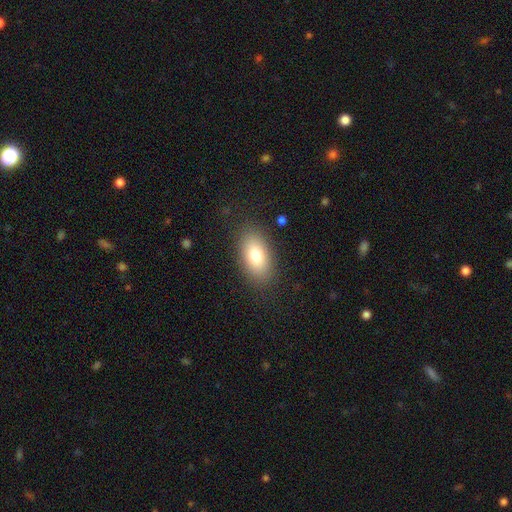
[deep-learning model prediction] Smooth or featured? smooth (78%)
How rounded? in between (91%)
Merging? none (85%)